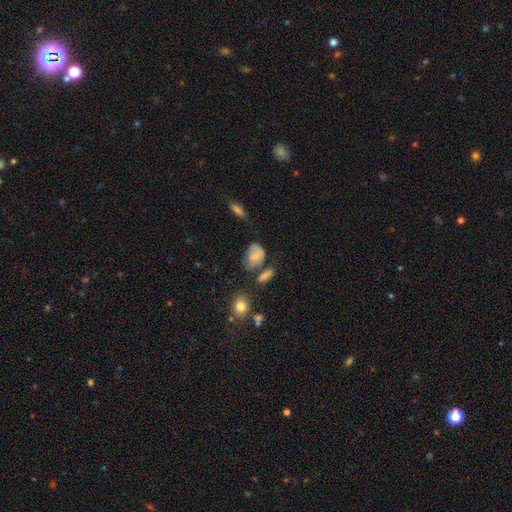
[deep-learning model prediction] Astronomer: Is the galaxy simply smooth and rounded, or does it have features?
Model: smooth — 73%.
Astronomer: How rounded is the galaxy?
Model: in between — 74%.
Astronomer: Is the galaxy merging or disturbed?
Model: none — 44% (runner-up: minor disturbance, 30%).